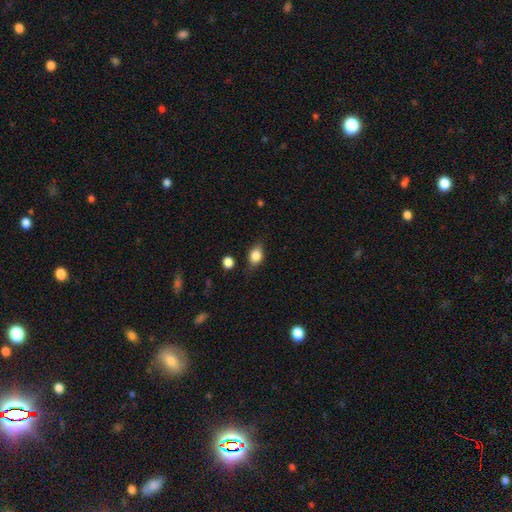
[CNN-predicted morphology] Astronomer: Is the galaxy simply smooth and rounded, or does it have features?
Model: smooth — 81%.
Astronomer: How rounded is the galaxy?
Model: in between — 66%.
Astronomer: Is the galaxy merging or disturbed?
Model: none — 74%.